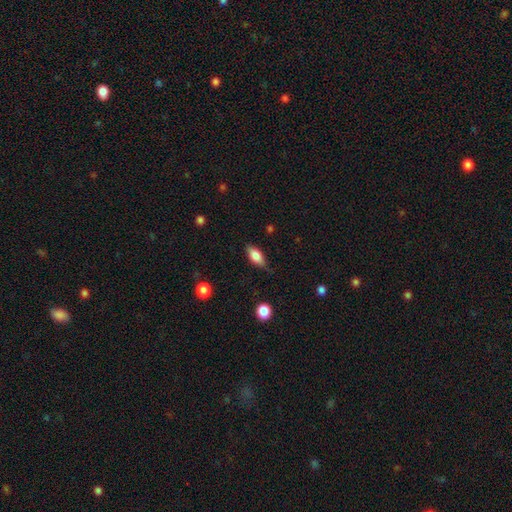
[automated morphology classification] smooth-or-featured: smooth: 78% | featured or disk: 15% | star or artifact: 7%
  how-rounded: in between: 84% | cigar-shaped: 13% | round: 4%
  merging: none: 72% | minor disturbance: 22% | major disturbance: 5% | merger: 2%